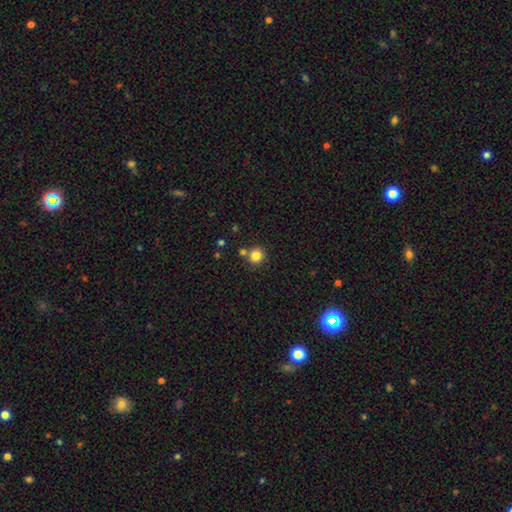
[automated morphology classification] smooth 82%, star or artifact 12%, featured or disk 6%. Down the decision tree: how rounded — round (92%); merging — none (78%).